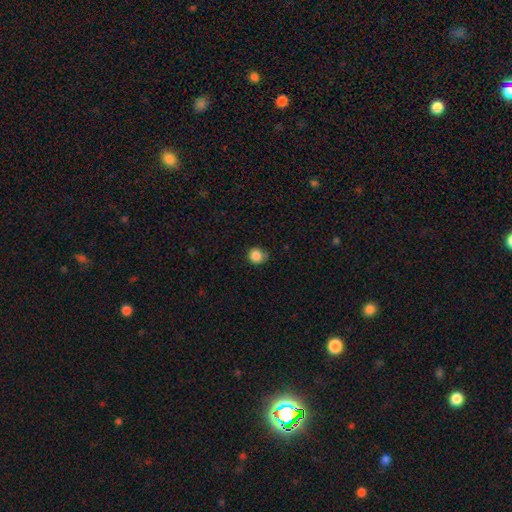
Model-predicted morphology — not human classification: Q: Smooth or featured?
A: smooth (86%); runner-up: star or artifact (10%)
Q: How rounded?
A: round (90%); runner-up: in between (9%)
Q: Merging?
A: none (73%); runner-up: minor disturbance (22%)